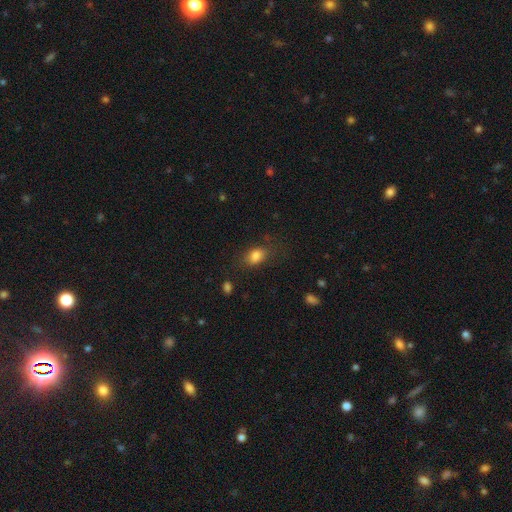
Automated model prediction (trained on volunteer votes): Q: Smooth or featured?
A: smooth (83%); runner-up: star or artifact (10%)
Q: How rounded?
A: in between (76%); runner-up: round (22%)
Q: Merging?
A: none (72%); runner-up: minor disturbance (18%)